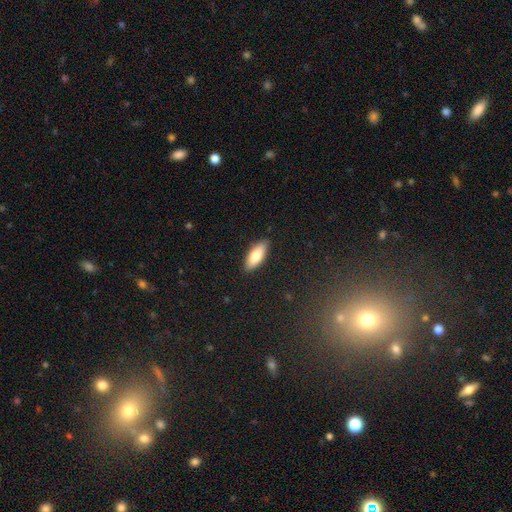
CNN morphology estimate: Smooth or featured: smooth — 78% (featured or disk — 16%)
How rounded: in between — 73% (cigar-shaped — 25%)
Merging: none — 89% (minor disturbance — 8%)